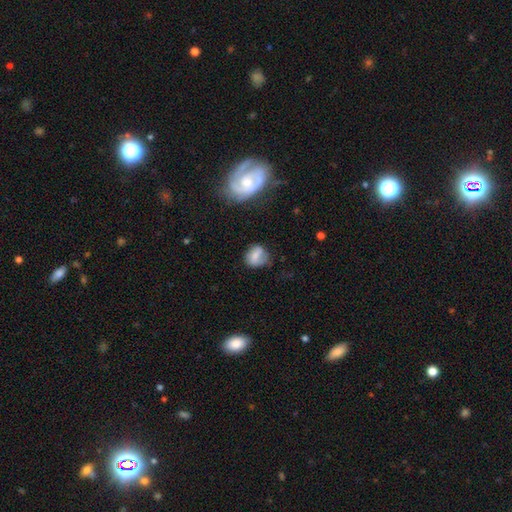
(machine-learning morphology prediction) The model was most divided on "how rounded": round: 58%, in between: 40%, cigar-shaped: 2%. More confident: smooth or featured — smooth (65%); merging — none (57%).